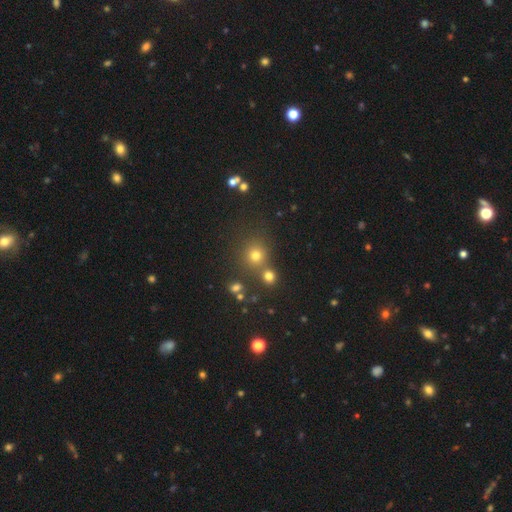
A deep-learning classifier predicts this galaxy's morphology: Smooth or featured?
  - smooth: 65% *
  - star or artifact: 27%
  - featured or disk: 8%
How rounded?
  - round: 90% *
  - in between: 9%
  - cigar-shaped: 1%
Merging?
  - none: 73% *
  - merger: 15%
  - minor disturbance: 8%
  - major disturbance: 3%